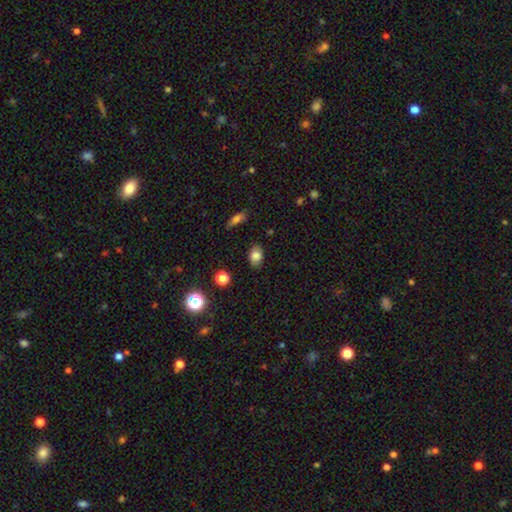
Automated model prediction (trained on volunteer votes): Morphology: type=smooth (81%); roundness=in between (79%); merging=none (84%).